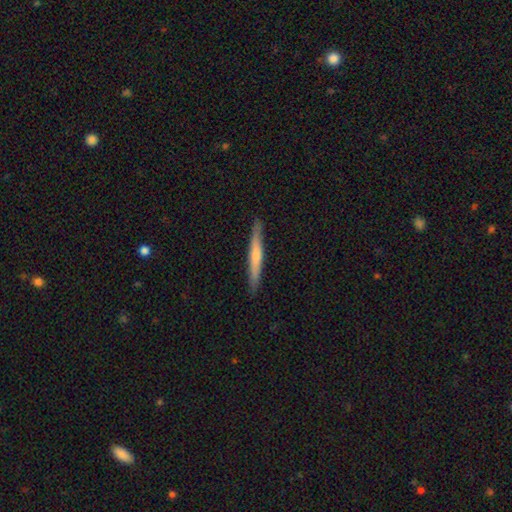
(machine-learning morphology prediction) A featured or disk galaxy (62%) viewed edge-on (97%) with a rounded central bulge (72%). Merging: none (91%).